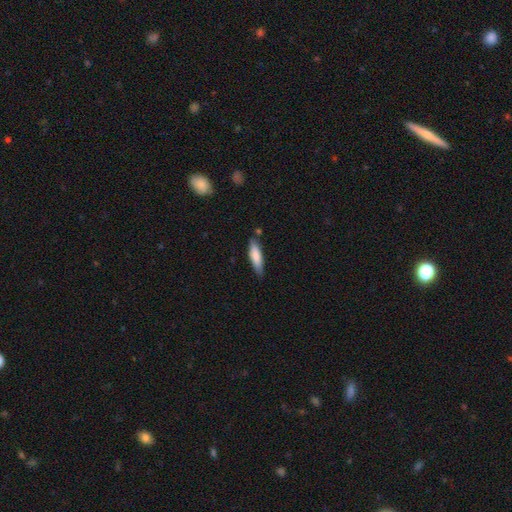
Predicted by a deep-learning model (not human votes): Smooth or featured? smooth (79%)
How rounded? cigar-shaped (66%)
Merging? none (78%)